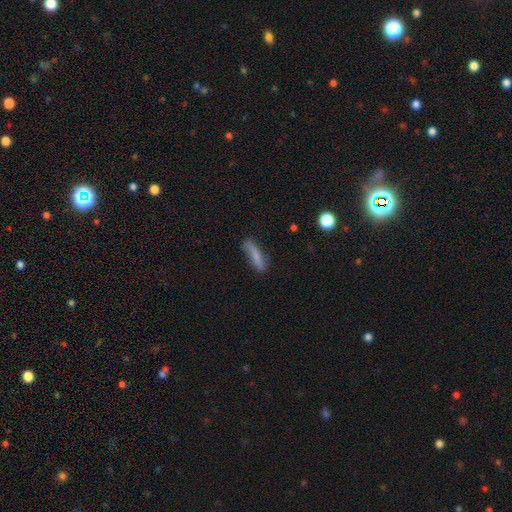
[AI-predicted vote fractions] A smooth galaxy with no disk features (62%) that is cigar-shaped (76%).

Vote fractions:
- Smooth or featured? smooth: 62% / featured or disk: 30% / star or artifact: 8%
- How rounded? cigar-shaped: 76% / in between: 21% / round: 3%
- Merging? none: 69% / minor disturbance: 22% / major disturbance: 6% / merger: 3%